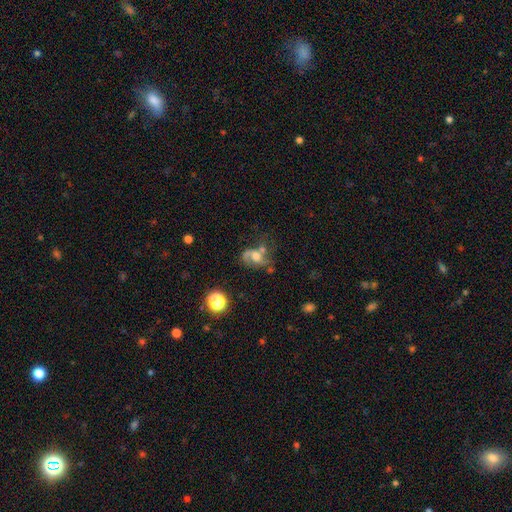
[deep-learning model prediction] Smooth or featured? featured or disk (53%)
Edge-on disk? no (96%)
Bar? no (66%)
Spiral arms? yes (71%)
Bulge size? moderate (45%)
Merging? none (29%)